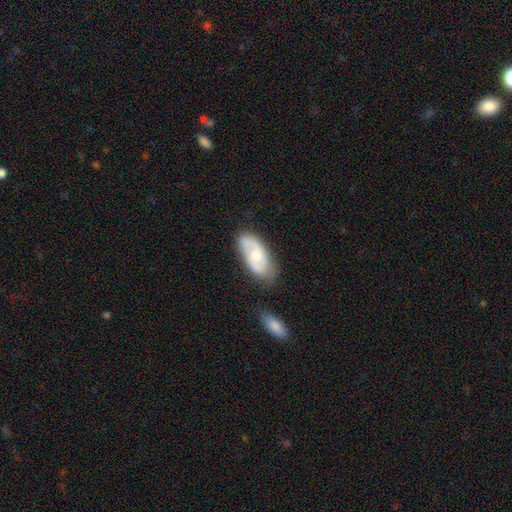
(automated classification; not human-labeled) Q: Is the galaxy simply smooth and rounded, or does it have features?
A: featured or disk — 53%.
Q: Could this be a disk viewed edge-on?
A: no — 91%.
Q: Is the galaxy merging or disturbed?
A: none — 68%.